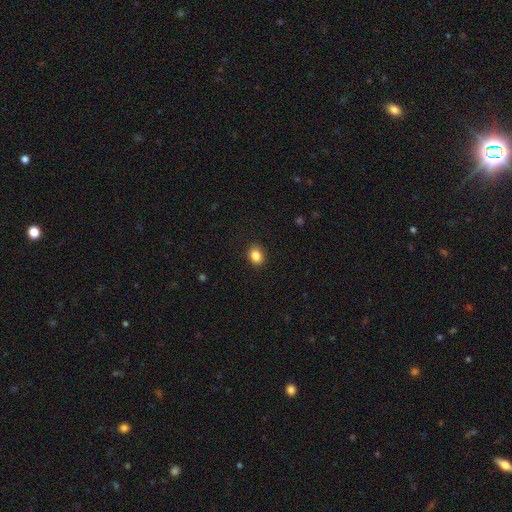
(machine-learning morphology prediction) Smooth or featured?
  - smooth: 86% *
  - star or artifact: 10%
  - featured or disk: 5%
How rounded?
  - in between: 53% *
  - round: 46%
  - cigar-shaped: 1%
Merging?
  - none: 90% *
  - minor disturbance: 7%
  - major disturbance: 2%
  - merger: 1%